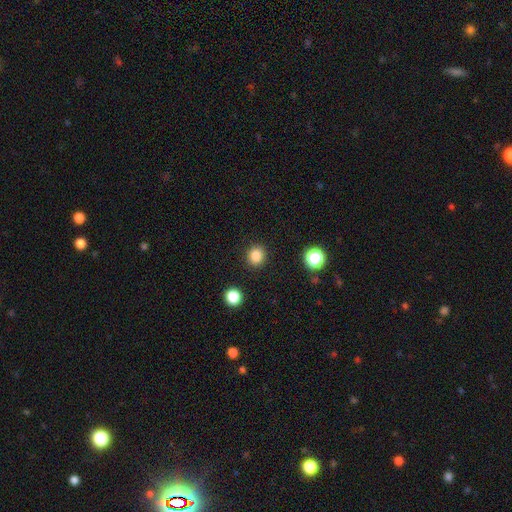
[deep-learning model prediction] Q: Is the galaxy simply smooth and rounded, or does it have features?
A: smooth — 84%.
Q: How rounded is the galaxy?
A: round — 81%.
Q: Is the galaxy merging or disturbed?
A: none — 90%.